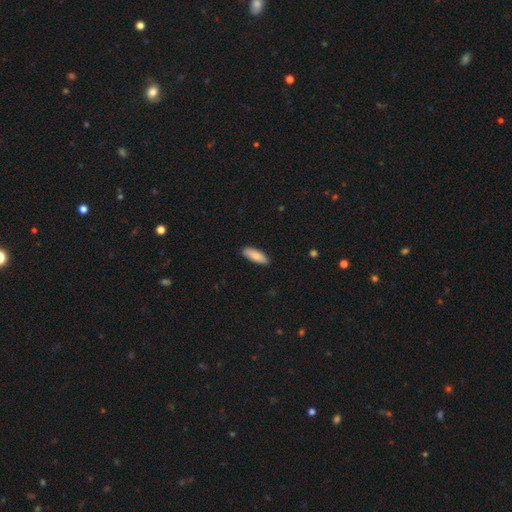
Smooth or featured? 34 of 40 (85%) said smooth. How rounded? 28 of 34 (82%) said in between. Merging? 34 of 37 (92%) said none.